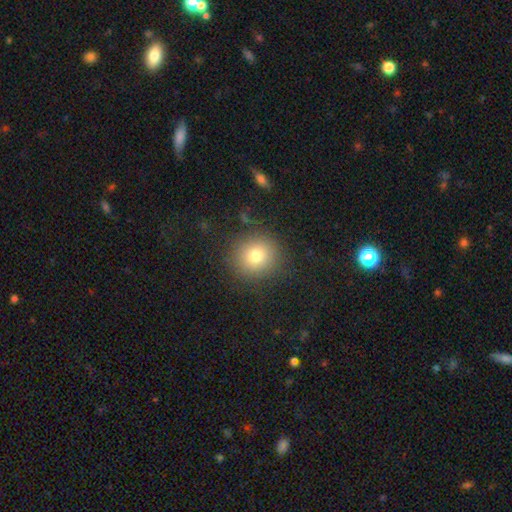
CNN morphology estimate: The model was most divided on "smooth or featured": smooth: 76%, star or artifact: 14%, featured or disk: 10%. More confident: how rounded — round (88%); merging — none (85%).